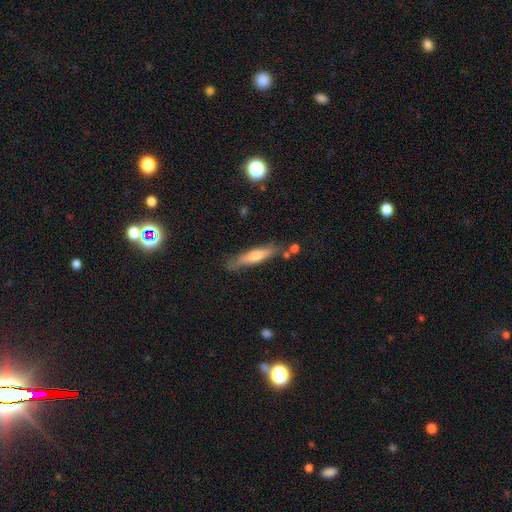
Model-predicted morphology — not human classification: This is possibly a smooth galaxy (50%). How rounded: clearly cigar-shaped (84%). Merging: likely none (74%).